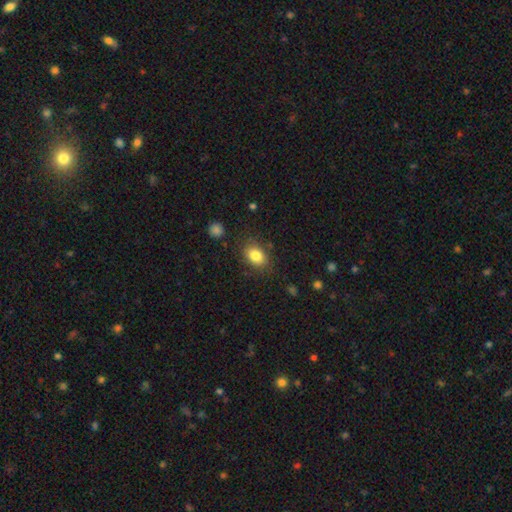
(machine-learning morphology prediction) Smooth or featured: smooth — 83% (star or artifact — 9%)
How rounded: in between — 75% (round — 24%)
Merging: none — 81% (minor disturbance — 13%)